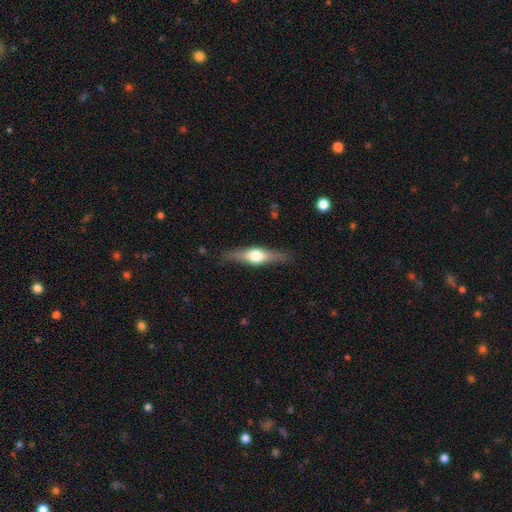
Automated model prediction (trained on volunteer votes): Smooth or featured? featured or disk (60%)
Edge-on disk? yes (94%)
Edge-on bulge? rounded (94%)
Merging? none (85%)